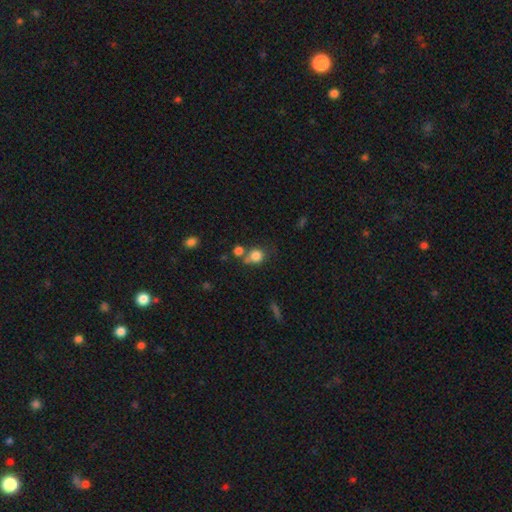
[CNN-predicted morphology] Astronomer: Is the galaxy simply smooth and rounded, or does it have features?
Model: smooth — 81%.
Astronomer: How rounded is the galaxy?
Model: round — 82%.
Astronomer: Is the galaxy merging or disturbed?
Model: none — 53%.